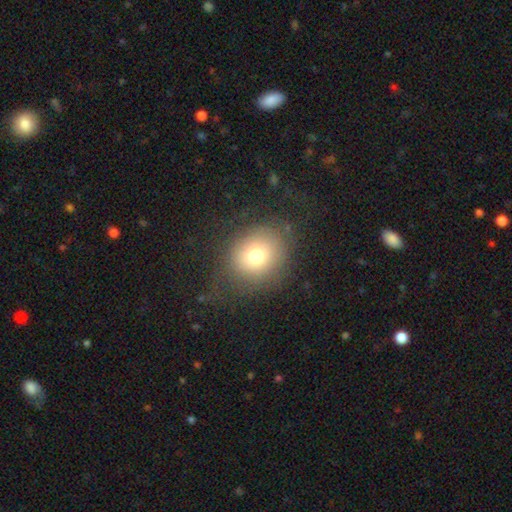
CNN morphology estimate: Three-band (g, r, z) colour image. It shows a smooth galaxy with no disk features (74%) that is round (73%). Merging: none (72%).